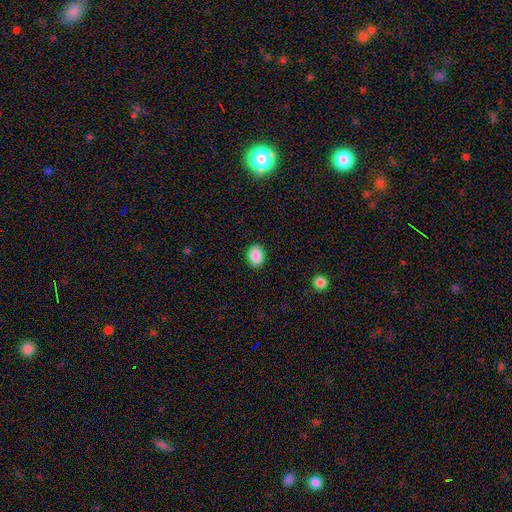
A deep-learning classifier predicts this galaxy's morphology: Smooth or featured? smooth (89%)
How rounded? in between (78%)
Merging? none (90%)